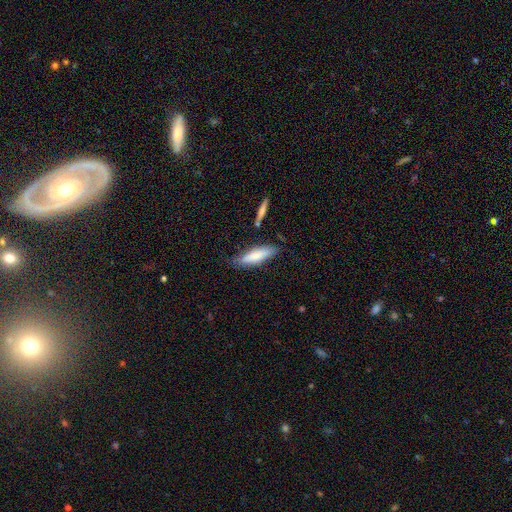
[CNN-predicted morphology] Smooth or featured: smooth — 79% (featured or disk — 15%)
How rounded: cigar-shaped — 54% (in between — 44%)
Merging: none — 72% (minor disturbance — 19%)